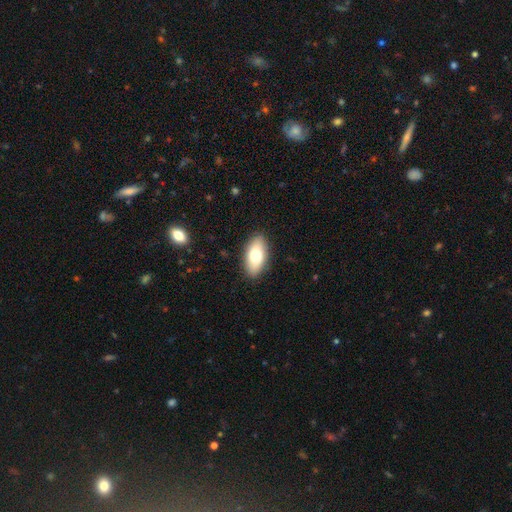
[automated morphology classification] smooth 75%, featured or disk 18%, star or artifact 6%. Down the decision tree: how rounded — in between (90%); merging — none (88%).